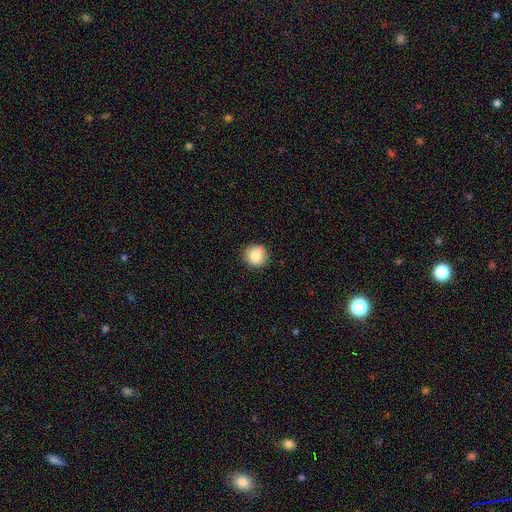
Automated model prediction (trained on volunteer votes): A smooth galaxy with no disk features (86%) that is round (91%).

Vote fractions:
- Smooth or featured? smooth: 86% / star or artifact: 9% / featured or disk: 6%
- How rounded? round: 91% / in between: 8% / cigar-shaped: 1%
- Merging? none: 89% / minor disturbance: 8% / major disturbance: 2% / merger: 1%